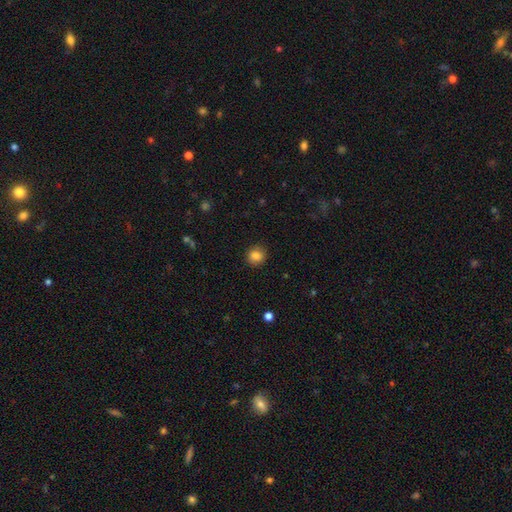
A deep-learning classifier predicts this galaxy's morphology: Smooth or featured? smooth (85%)
How rounded? round (87%)
Merging? none (89%)